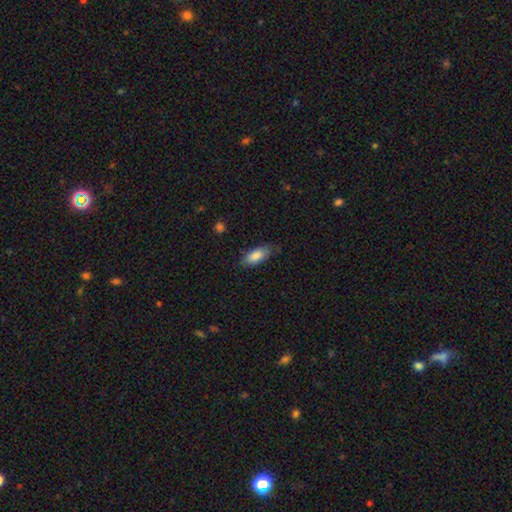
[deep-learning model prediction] smooth_or_featured: smooth (p=0.85) [alt: featured or disk p=0.09]
how_rounded: in between (p=0.82) [alt: cigar-shaped p=0.16]
merging: none (p=0.77) [alt: minor disturbance p=0.18]